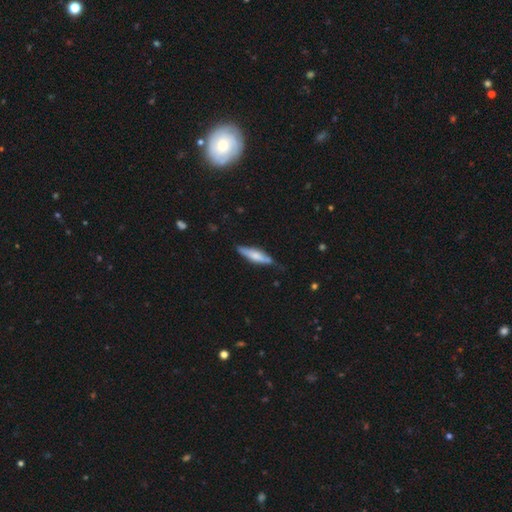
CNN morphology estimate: smooth_or_featured: smooth (p=0.54) [alt: featured or disk p=0.40]
how_rounded: cigar-shaped (p=0.72) [alt: in between p=0.26]
merging: none (p=0.69) [alt: minor disturbance p=0.24]